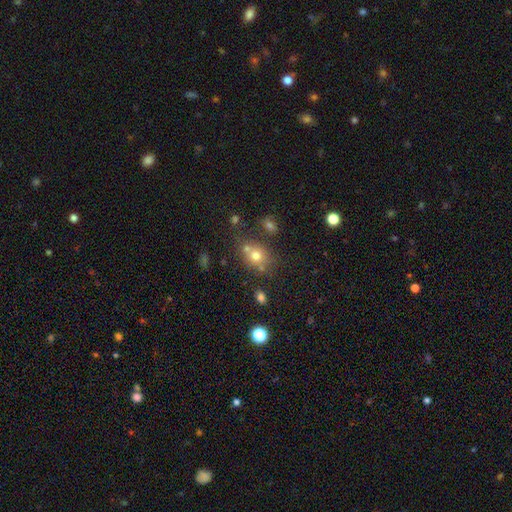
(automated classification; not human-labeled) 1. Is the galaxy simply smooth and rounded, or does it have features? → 71% smooth, 16% star or artifact, 14% featured or disk.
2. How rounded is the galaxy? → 61% round, 37% in between, 1% cigar-shaped.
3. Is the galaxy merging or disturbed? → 56% none, 25% merger, 14% minor disturbance, 6% major disturbance.